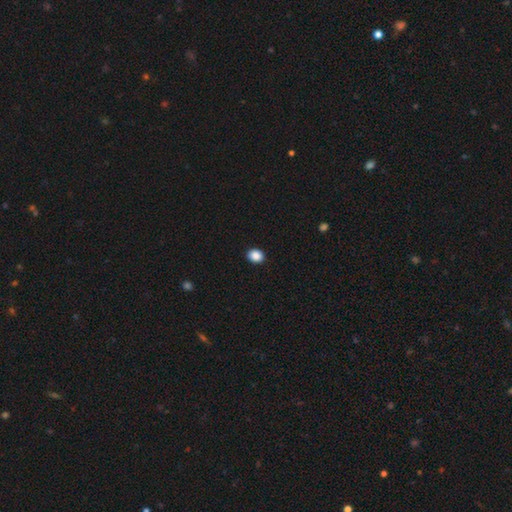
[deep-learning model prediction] Q: Smooth or featured?
A: smooth (88%); runner-up: star or artifact (9%)
Q: How rounded?
A: in between (51%); runner-up: round (48%)
Q: Merging?
A: none (92%); runner-up: minor disturbance (6%)